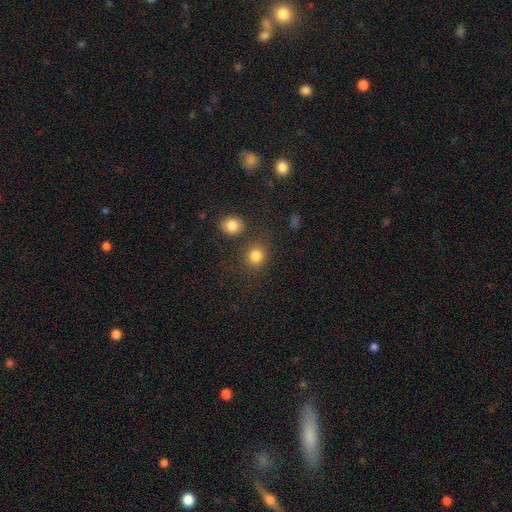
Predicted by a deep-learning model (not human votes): smooth 82%, star or artifact 12%, featured or disk 5%. Down the decision tree: how rounded — round (84%); merging — none (76%).